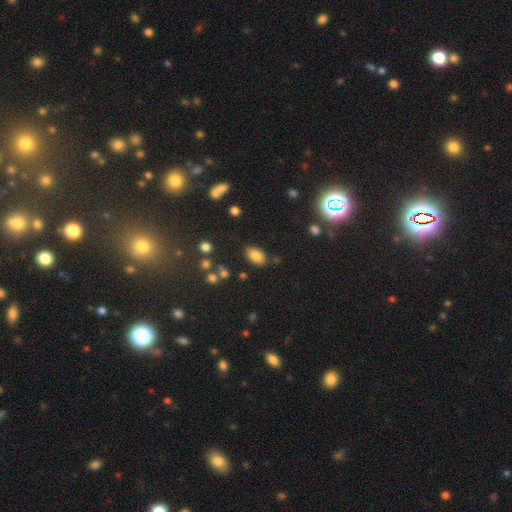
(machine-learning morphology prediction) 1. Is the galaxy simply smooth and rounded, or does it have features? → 82% smooth, 10% star or artifact, 8% featured or disk.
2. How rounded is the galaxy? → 90% in between, 9% round, 2% cigar-shaped.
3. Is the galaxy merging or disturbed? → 79% none, 13% minor disturbance, 4% merger, 4% major disturbance.